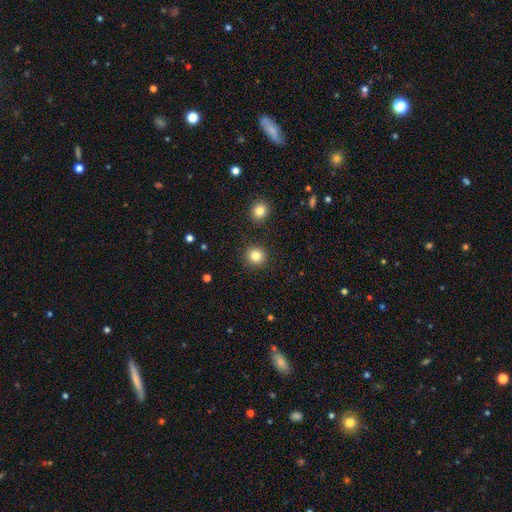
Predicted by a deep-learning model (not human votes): Morphology: type=smooth (84%); roundness=round (91%); merging=none (90%).